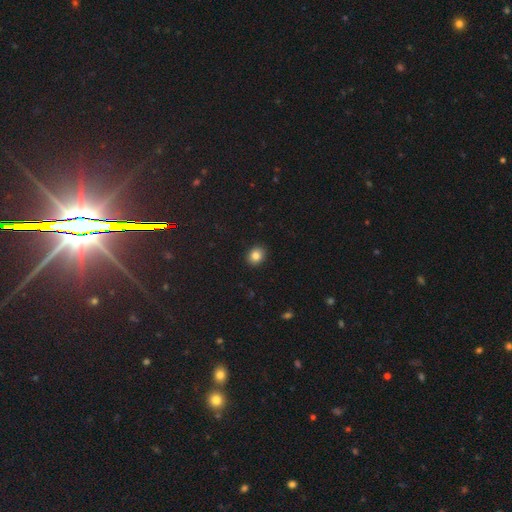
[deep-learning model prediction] Morphology: type=smooth (84%); roundness=round (59%); merging=none (91%).